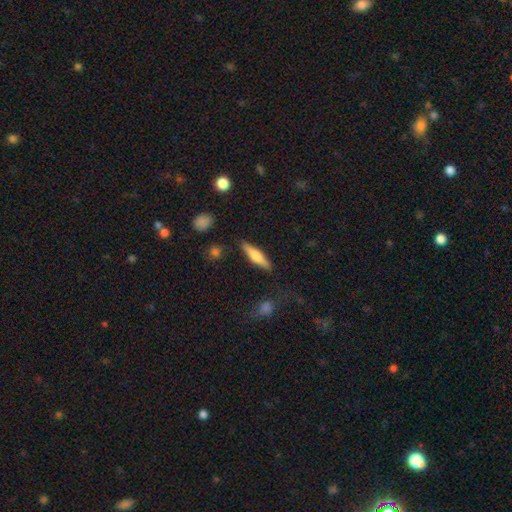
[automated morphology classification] The model was most divided on "smooth or featured": smooth: 52%, featured or disk: 41%, star or artifact: 6%. More confident: merging — none (84%); how rounded — cigar-shaped (76%).